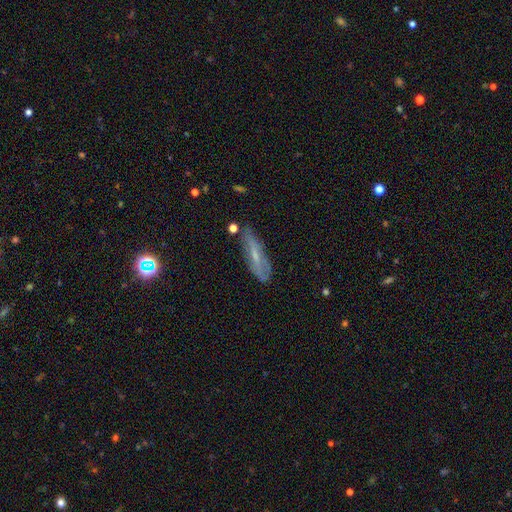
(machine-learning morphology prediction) Smooth or featured? featured or disk (52%)
Edge-on disk? no (59%)
Merging? none (69%)